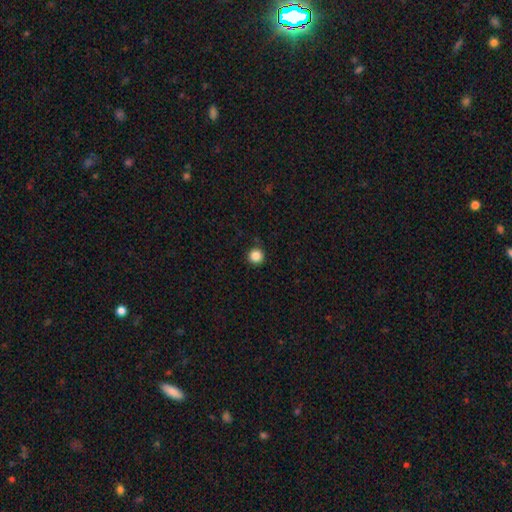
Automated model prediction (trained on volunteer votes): Smooth or featured?
  - smooth: 86% *
  - star or artifact: 11%
  - featured or disk: 3%
How rounded?
  - round: 96% *
  - in between: 3%
  - cigar-shaped: 1%
Merging?
  - none: 92% *
  - minor disturbance: 5%
  - major disturbance: 2%
  - merger: 1%